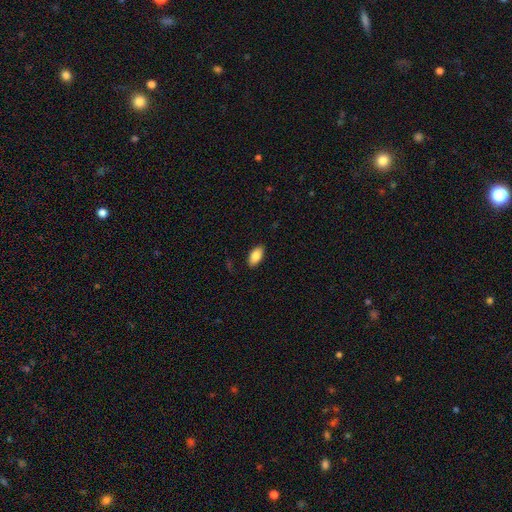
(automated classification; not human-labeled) Smooth or featured? smooth (85%)
How rounded? in between (93%)
Merging? none (88%)